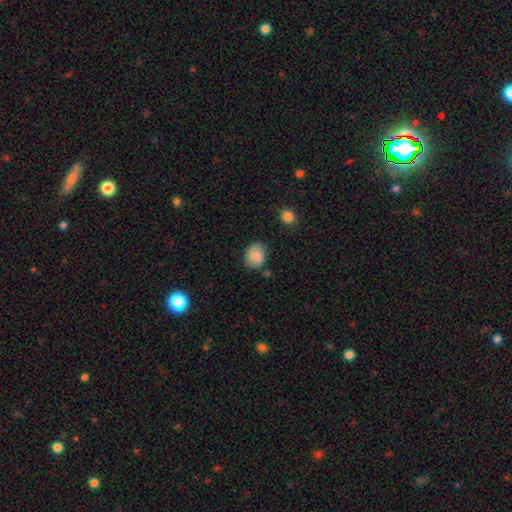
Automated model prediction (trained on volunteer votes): Morphology: type=smooth (85%); roundness=in between (50%, tied with round); merging=none (73%).